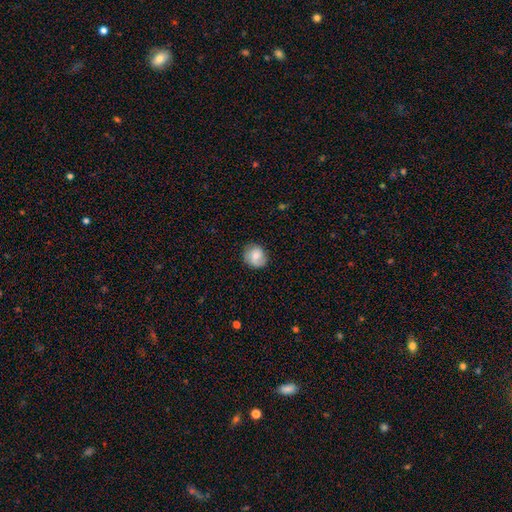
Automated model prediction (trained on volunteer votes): Smooth or featured?
  - smooth: 68% *
  - featured or disk: 24%
  - star or artifact: 8%
How rounded?
  - round: 82% *
  - in between: 17%
  - cigar-shaped: 1%
Merging?
  - none: 80% *
  - minor disturbance: 15%
  - major disturbance: 4%
  - merger: 1%